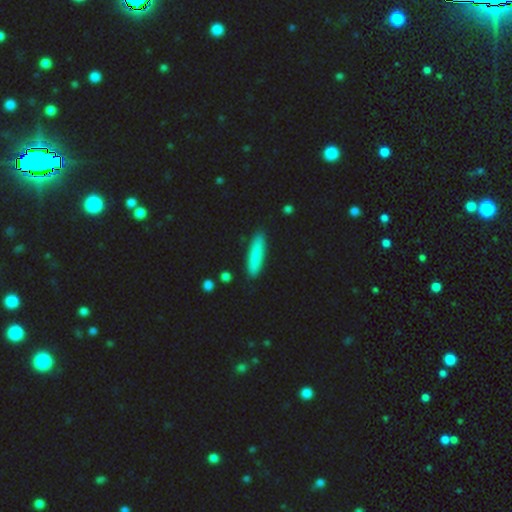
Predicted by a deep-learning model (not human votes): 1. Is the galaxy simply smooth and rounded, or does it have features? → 84% smooth, 10% featured or disk, 6% star or artifact.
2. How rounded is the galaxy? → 79% cigar-shaped, 20% in between, 2% round.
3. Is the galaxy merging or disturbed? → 88% none, 8% minor disturbance, 2% major disturbance, 2% merger.